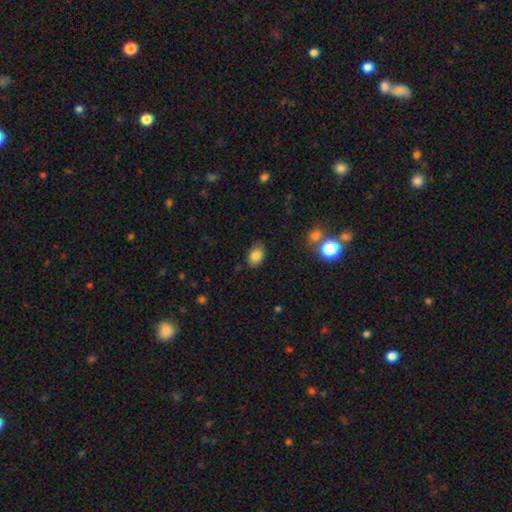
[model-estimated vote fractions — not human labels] The model was most divided on "merging": none: 81%, minor disturbance: 14%, major disturbance: 3%, merger: 2%. More confident: smooth or featured — smooth (84%); how rounded — in between (83%).